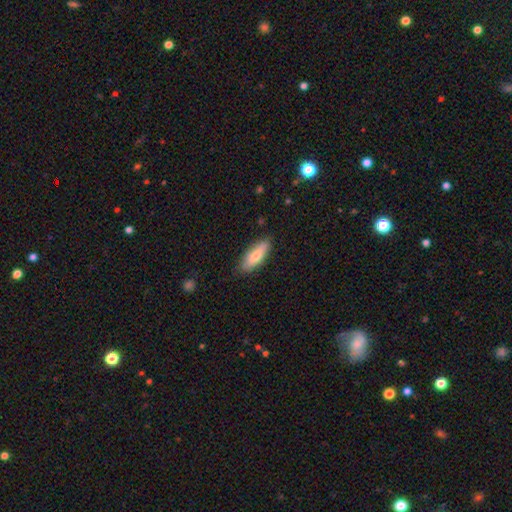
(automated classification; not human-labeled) A smooth galaxy with no disk features (71%) that is in between round and cigar-shaped (60%). Merging: none (84%).